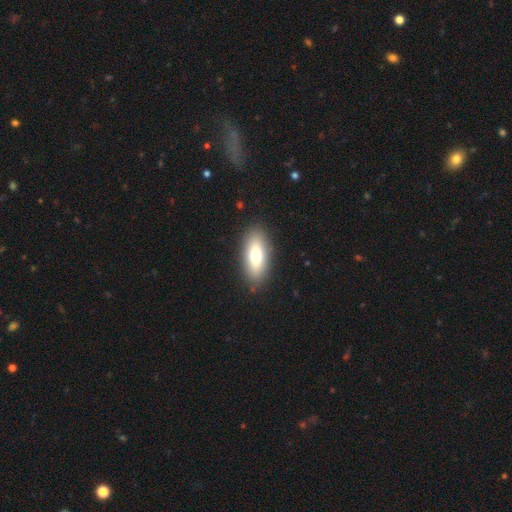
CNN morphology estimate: smooth_or_featured: smooth (p=0.72) [alt: featured or disk p=0.21]
how_rounded: in between (p=0.78) [alt: cigar-shaped p=0.19]
merging: none (p=0.88) [alt: minor disturbance p=0.09]